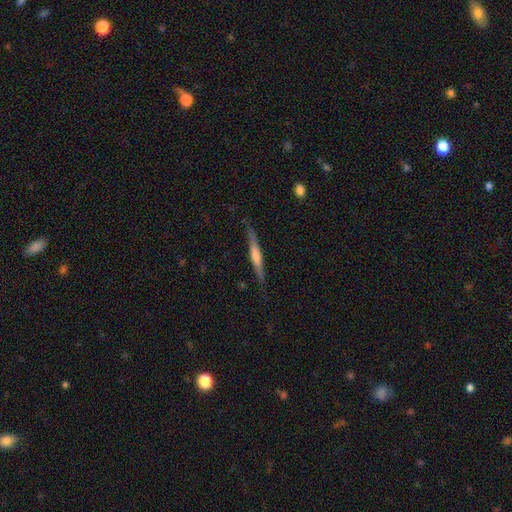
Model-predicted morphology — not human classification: type=featured or disk (62%); edge-on=yes (97%); edge-on bulge=rounded (59%); merging=none (86%).